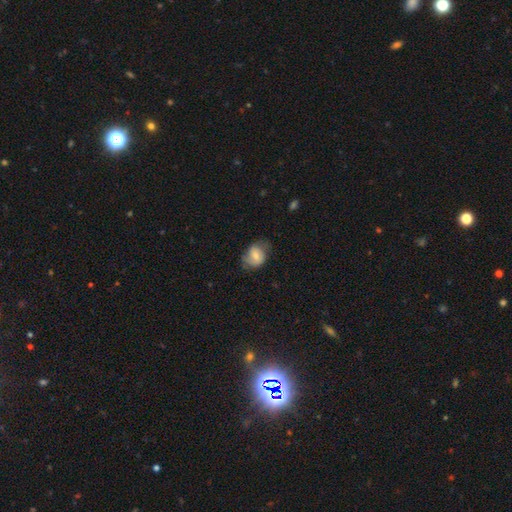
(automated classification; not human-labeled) This is likely a smooth galaxy (61%). How rounded: possibly in between (58%). Merging: possibly none (54%).